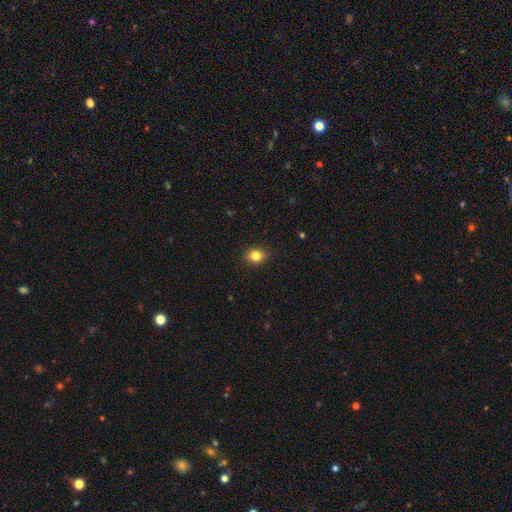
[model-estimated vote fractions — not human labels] This is clearly a smooth galaxy (82%). How rounded: likely round (60%). Merging: clearly none (87%).